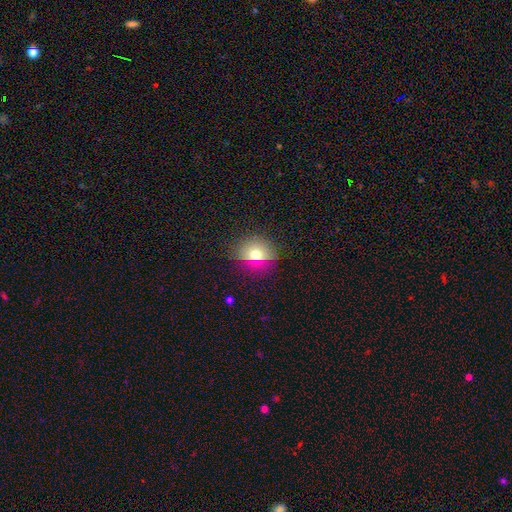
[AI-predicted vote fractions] The model was most divided on "smooth or featured": smooth: 68%, star or artifact: 18%, featured or disk: 14%. More confident: merging — none (85%); how rounded — round (80%).